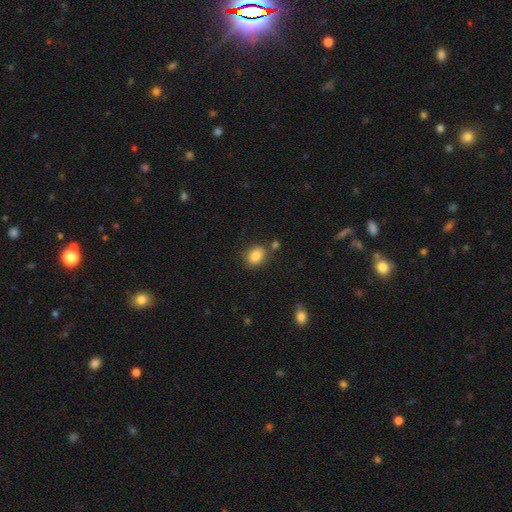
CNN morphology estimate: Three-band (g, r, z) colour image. It shows a smooth galaxy with no disk features (86%) that is in between round and cigar-shaped (68%). Merging: none (75%).